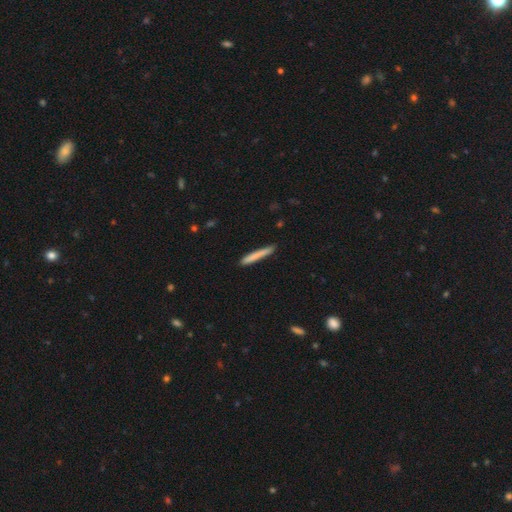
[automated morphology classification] smooth-or-featured: smooth: 77% | featured or disk: 17% | star or artifact: 6%
  how-rounded: cigar-shaped: 96% | in between: 3% | round: 1%
  merging: none: 88% | minor disturbance: 9% | major disturbance: 2% | merger: 1%